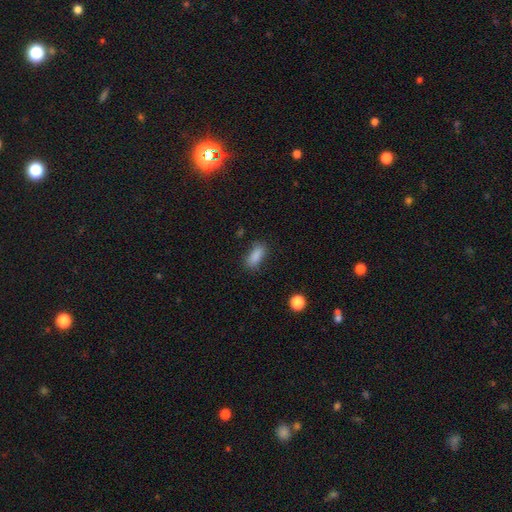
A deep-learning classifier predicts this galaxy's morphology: Smooth or featured? smooth (86%)
How rounded? in between (82%)
Merging? none (77%)